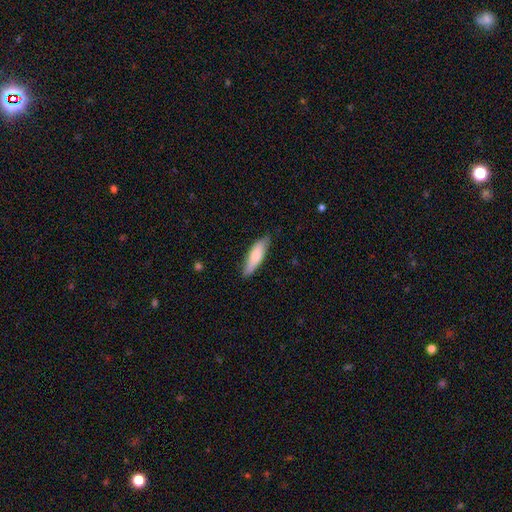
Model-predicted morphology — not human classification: smooth-or-featured: smooth: 74% | featured or disk: 20% | star or artifact: 5%
  how-rounded: cigar-shaped: 54% | in between: 44% | round: 2%
  merging: none: 81% | minor disturbance: 16% | major disturbance: 2% | merger: 1%